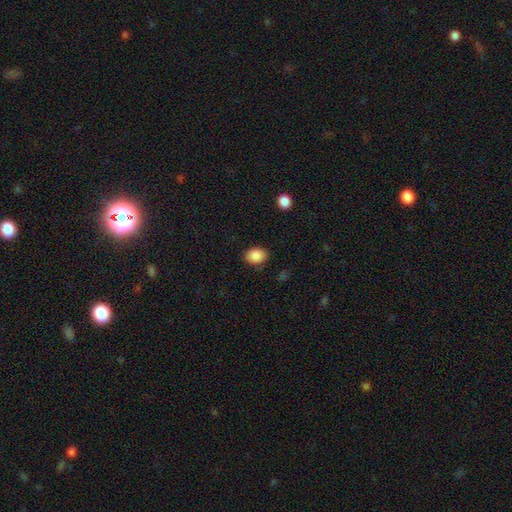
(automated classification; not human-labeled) Smooth or featured? smooth (88%)
How rounded? in between (58%)
Merging? none (85%)